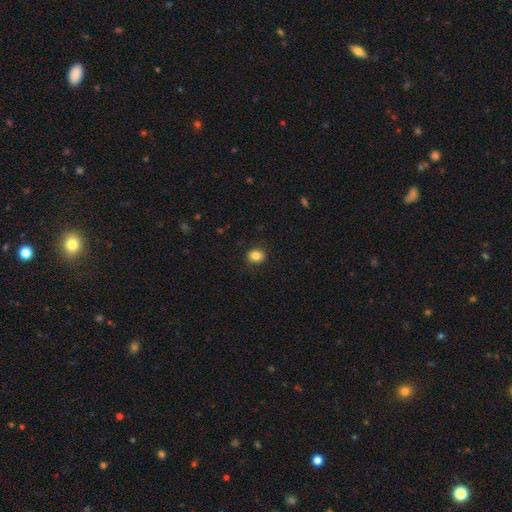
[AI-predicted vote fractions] A smooth galaxy with no disk features (85%) that is round (66%). Merging: none (89%).